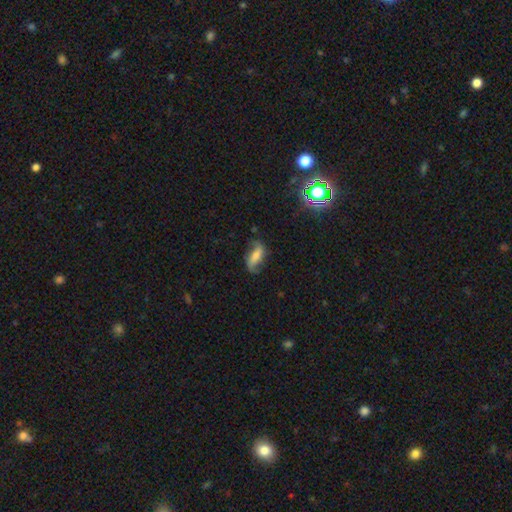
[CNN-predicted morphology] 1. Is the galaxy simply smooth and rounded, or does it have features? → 52% featured or disk, 38% smooth, 10% star or artifact.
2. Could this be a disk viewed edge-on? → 89% no, 11% yes.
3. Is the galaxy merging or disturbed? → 65% none, 23% minor disturbance, 10% major disturbance, 2% merger.